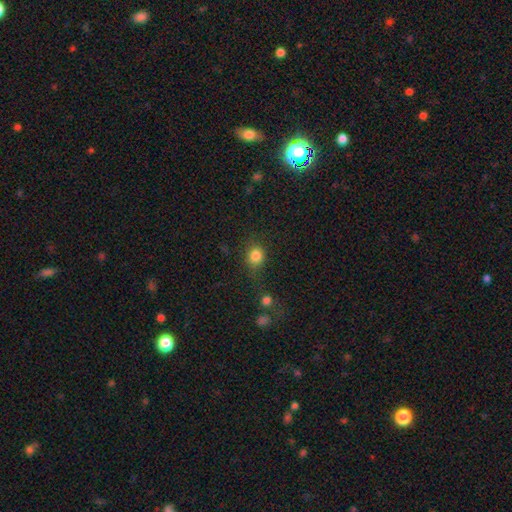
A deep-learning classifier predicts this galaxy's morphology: Smooth or featured? smooth (83%)
How rounded? round (78%)
Merging? none (66%)